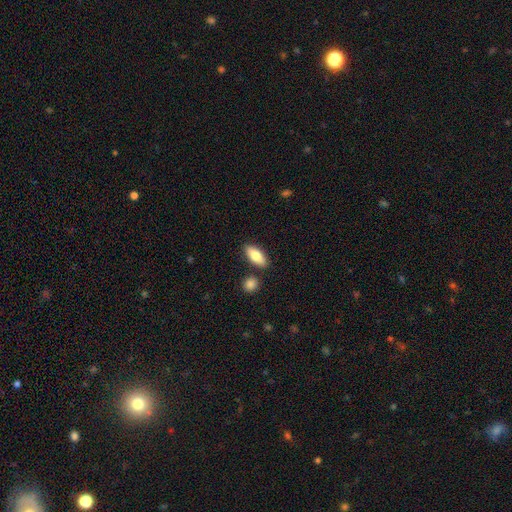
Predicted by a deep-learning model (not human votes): Morphology: type=smooth (78%); roundness=in between (80%); merging=none (83%).